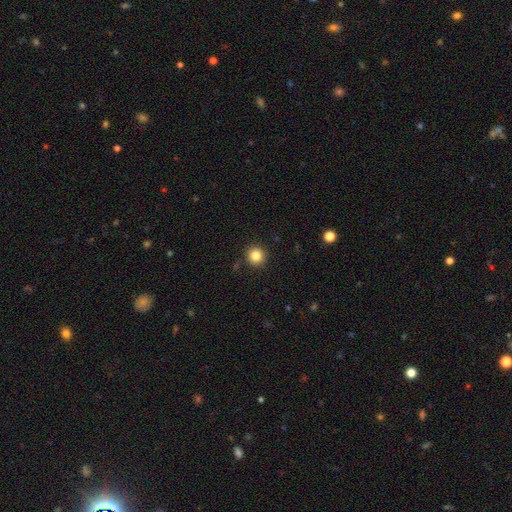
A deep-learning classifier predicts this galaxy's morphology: This is clearly a smooth galaxy (84%). How rounded: clearly round (94%). Merging: clearly none (90%).